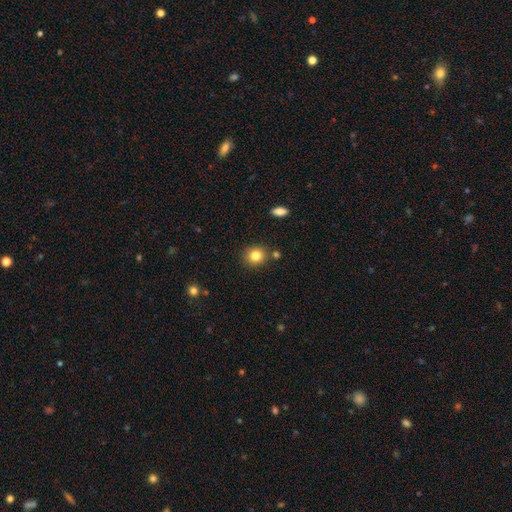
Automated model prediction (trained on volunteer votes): Smooth or featured?
  - smooth: 82% *
  - star or artifact: 11%
  - featured or disk: 7%
How rounded?
  - round: 83% *
  - in between: 16%
  - cigar-shaped: 1%
Merging?
  - none: 84% *
  - minor disturbance: 9%
  - merger: 6%
  - major disturbance: 2%